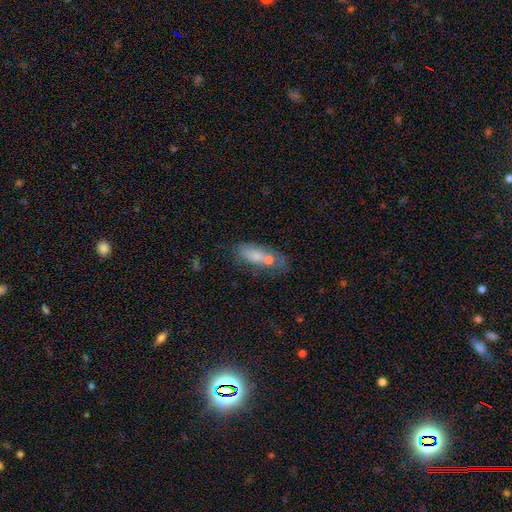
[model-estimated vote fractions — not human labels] Smooth or featured: smooth — 60% (featured or disk — 27%)
How rounded: in between — 69% (cigar-shaped — 25%)
Merging: none — 38% (merger — 31%)